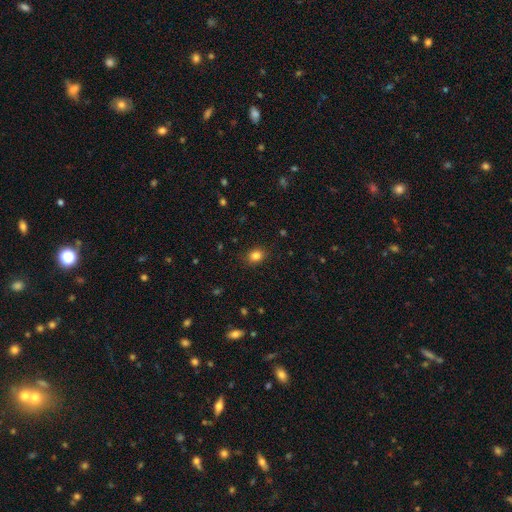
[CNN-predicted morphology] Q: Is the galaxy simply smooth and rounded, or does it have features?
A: smooth — 83%.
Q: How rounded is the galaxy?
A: round — 52%.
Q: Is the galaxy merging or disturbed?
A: none — 86%.